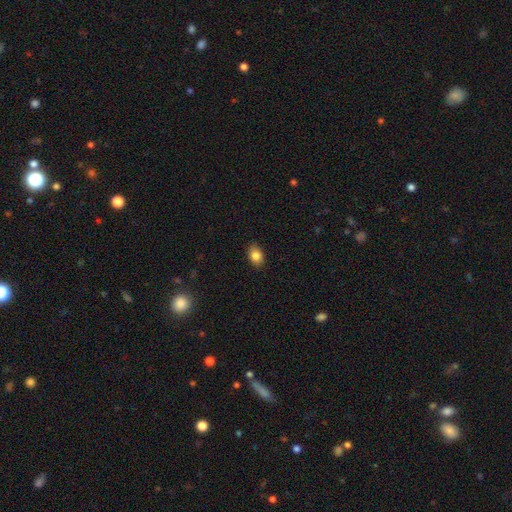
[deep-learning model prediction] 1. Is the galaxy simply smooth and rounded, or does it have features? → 85% smooth, 9% star or artifact, 7% featured or disk.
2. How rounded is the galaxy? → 78% in between, 21% round, 1% cigar-shaped.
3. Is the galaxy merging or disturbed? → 87% none, 10% minor disturbance, 2% major disturbance, 1% merger.